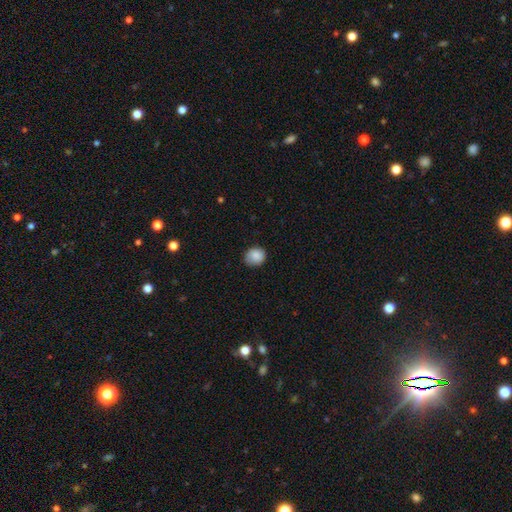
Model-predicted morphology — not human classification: A smooth galaxy with no disk features (87%) that is round (75%).

Vote fractions:
- Smooth or featured? smooth: 87% / star or artifact: 8% / featured or disk: 5%
- How rounded? round: 75% / in between: 24% / cigar-shaped: 1%
- Merging? none: 78% / minor disturbance: 18% / major disturbance: 3% / merger: 1%